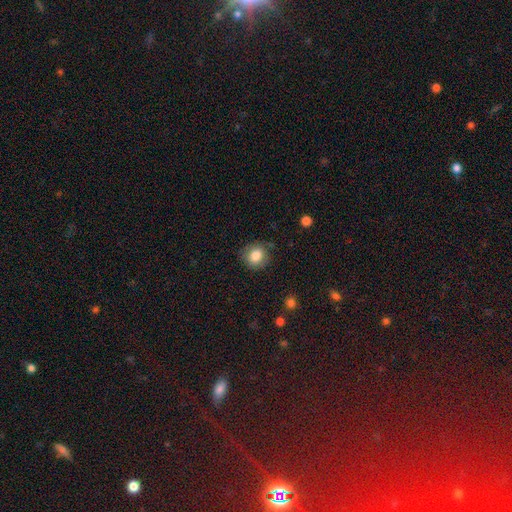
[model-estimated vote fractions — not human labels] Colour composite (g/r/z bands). It shows a smooth galaxy with no disk features (83%) that is round (83%). Merging: none (82%).